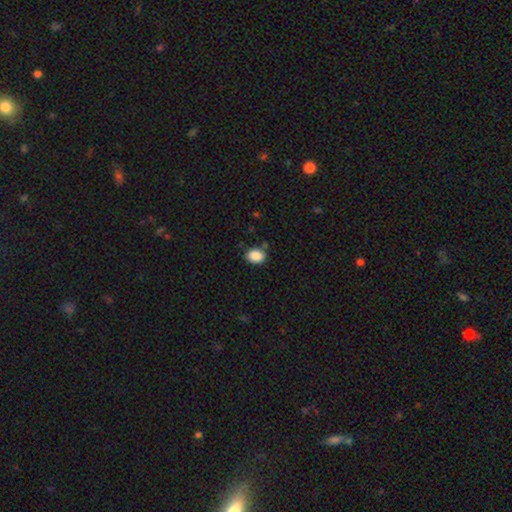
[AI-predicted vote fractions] Smooth or featured?
  - smooth: 89% *
  - star or artifact: 8%
  - featured or disk: 3%
How rounded?
  - in between: 66% *
  - round: 33%
  - cigar-shaped: 1%
Merging?
  - none: 82% *
  - minor disturbance: 12%
  - merger: 3%
  - major disturbance: 3%